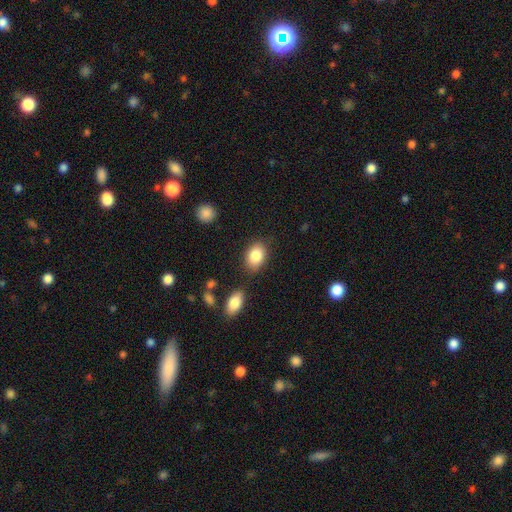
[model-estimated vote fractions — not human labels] smooth_or_featured: smooth (p=0.85) [alt: featured or disk p=0.08]
how_rounded: in between (p=0.82) [alt: round p=0.17]
merging: none (p=0.78) [alt: minor disturbance p=0.13]